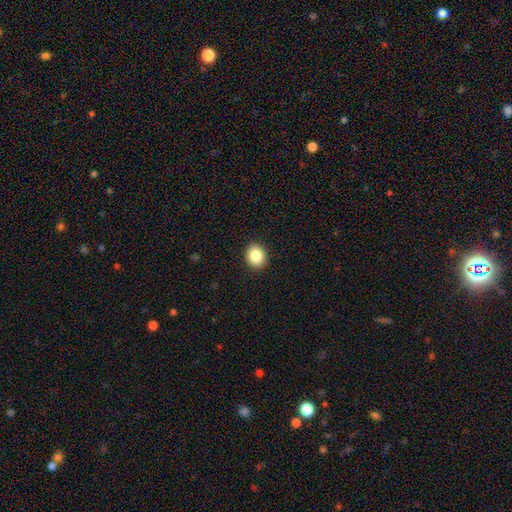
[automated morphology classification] A smooth galaxy with no disk features (85%) that is round (68%).

Vote fractions:
- Smooth or featured? smooth: 85% / star or artifact: 9% / featured or disk: 6%
- How rounded? round: 68% / in between: 31% / cigar-shaped: 1%
- Merging? none: 91% / minor disturbance: 6% / major disturbance: 2% / merger: 1%